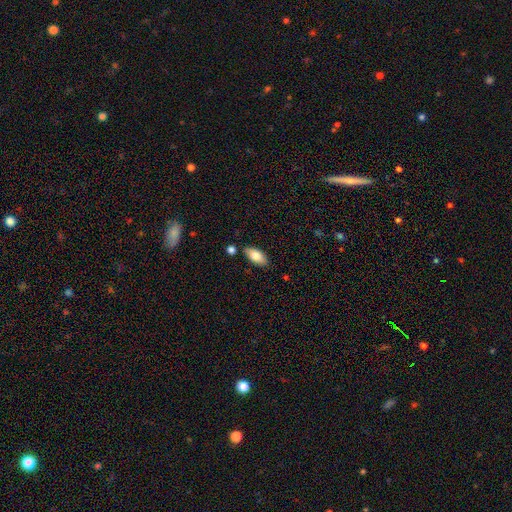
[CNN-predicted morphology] smooth-or-featured: smooth: 80% | featured or disk: 13% | star or artifact: 7%
  how-rounded: in between: 91% | cigar-shaped: 7% | round: 2%
  merging: none: 81% | minor disturbance: 12% | merger: 5% | major disturbance: 2%